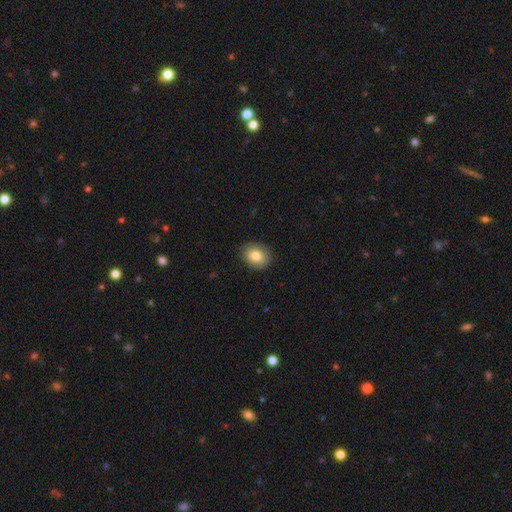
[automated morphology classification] This is clearly a smooth galaxy (81%). How rounded: possibly round (60%). Merging: clearly none (88%).